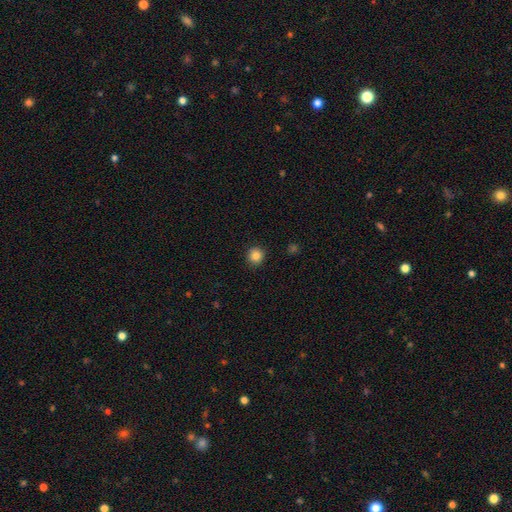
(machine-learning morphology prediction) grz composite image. It shows a smooth galaxy with no disk features (84%) that is round (92%). Merging: none (91%).